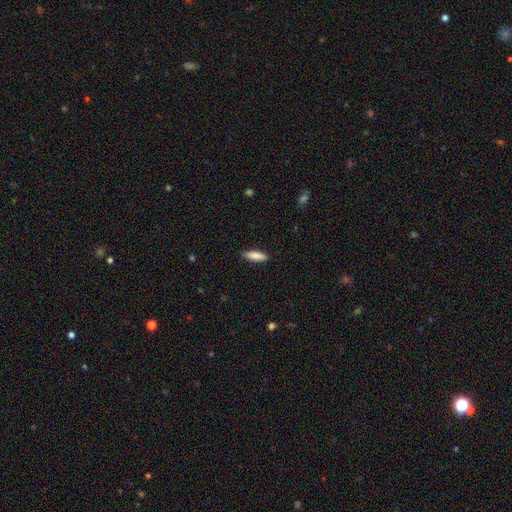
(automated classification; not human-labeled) Q: Smooth or featured?
A: smooth (86%); runner-up: featured or disk (8%)
Q: How rounded?
A: cigar-shaped (55%); runner-up: in between (44%)
Q: Merging?
A: none (88%); runner-up: minor disturbance (9%)